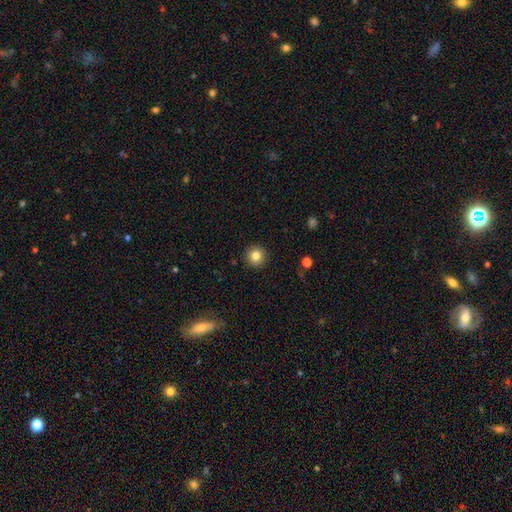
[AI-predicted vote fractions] Overall: smooth (82%). How rounded: round (95%). Merging: none (92%).